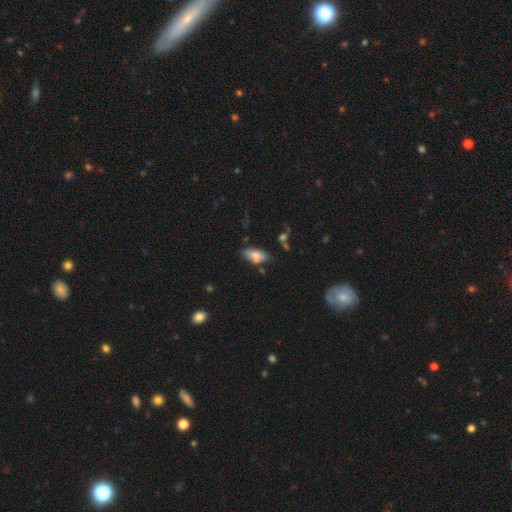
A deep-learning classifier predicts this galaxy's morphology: Overall: smooth (80%). How rounded: in between (90%). Merging: none (65%).